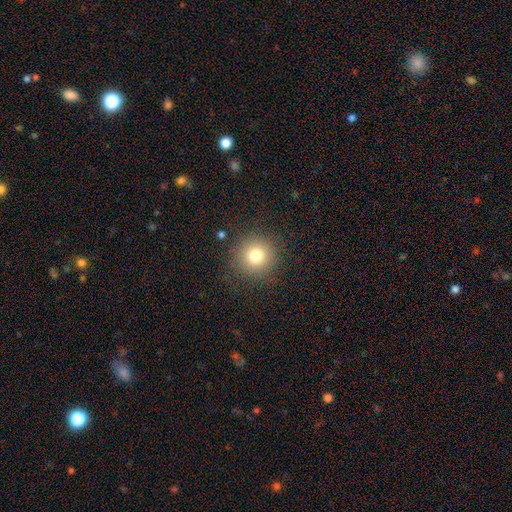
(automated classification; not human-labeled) Smooth or featured? smooth (78%)
How rounded? round (94%)
Merging? none (88%)